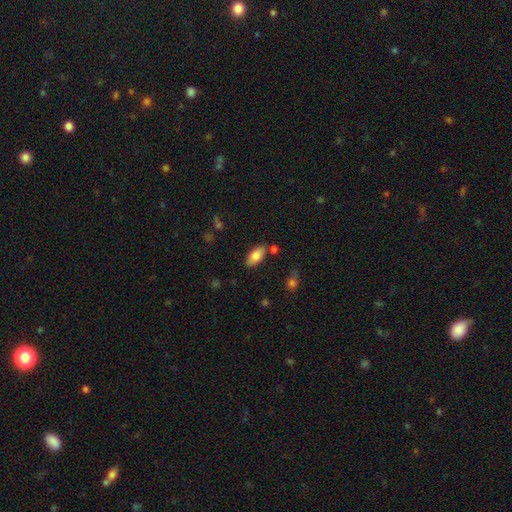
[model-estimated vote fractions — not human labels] This appears to be a smooth galaxy with no disk features (80%) that is in between round and cigar-shaped (90%). Merging: none (80%).